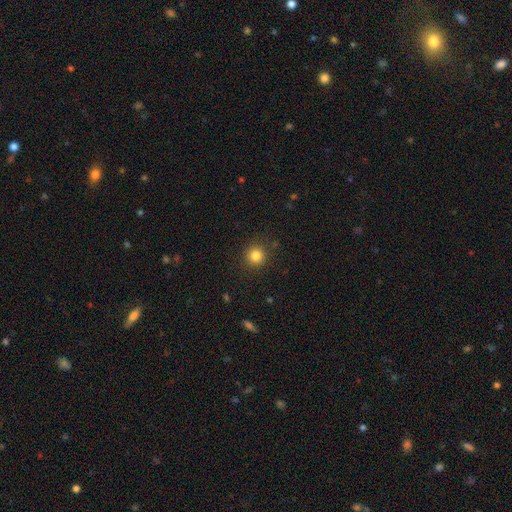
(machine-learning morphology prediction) A smooth galaxy with no disk features (83%) that is round (93%).

Vote fractions:
- Smooth or featured? smooth: 83% / star or artifact: 12% / featured or disk: 5%
- How rounded? round: 93% / in between: 6% / cigar-shaped: 1%
- Merging? none: 89% / minor disturbance: 7% / major disturbance: 3% / merger: 1%